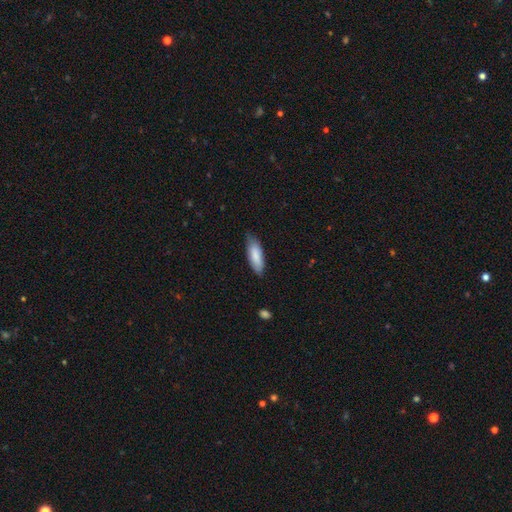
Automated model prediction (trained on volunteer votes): The model was most divided on "how rounded": in between: 64%, cigar-shaped: 34%, round: 1%. More confident: smooth or featured — smooth (82%); merging — none (74%).